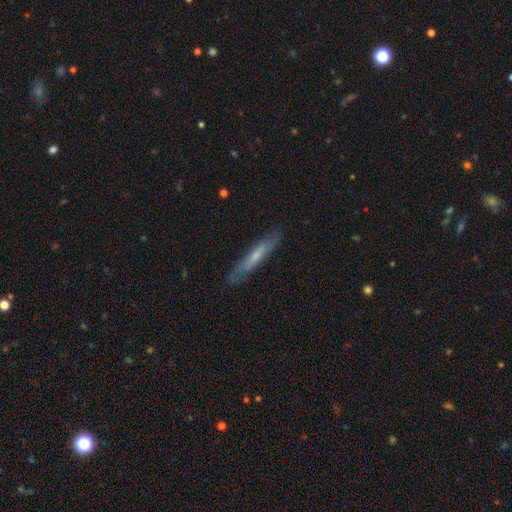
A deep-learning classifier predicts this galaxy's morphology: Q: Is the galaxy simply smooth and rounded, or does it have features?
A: smooth — 48%.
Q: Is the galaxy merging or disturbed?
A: none — 82%.